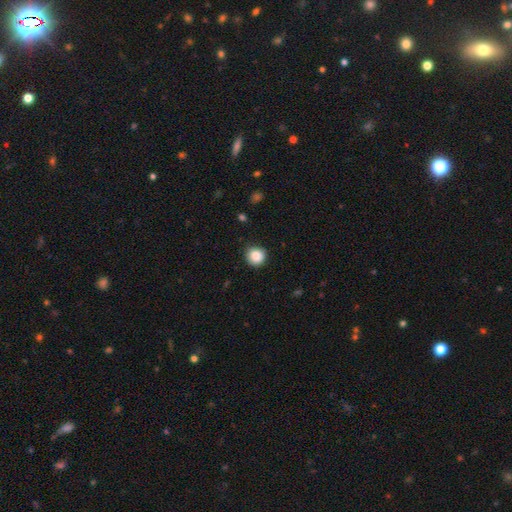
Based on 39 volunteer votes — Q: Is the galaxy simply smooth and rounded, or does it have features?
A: smooth — 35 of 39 (90%).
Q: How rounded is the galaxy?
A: round — 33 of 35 (94%).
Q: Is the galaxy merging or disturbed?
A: none — 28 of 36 (78%).